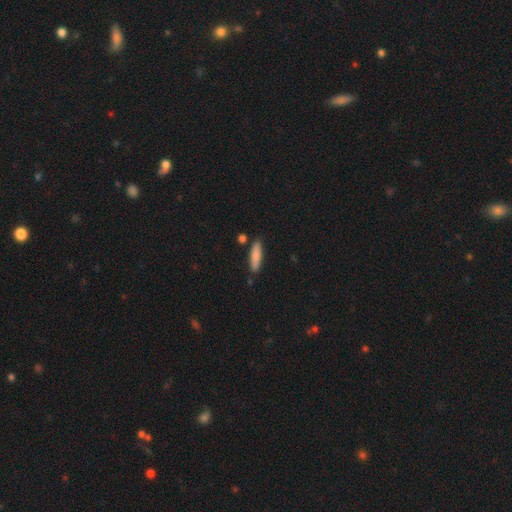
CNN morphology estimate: Q: Smooth or featured?
A: smooth (82%); runner-up: featured or disk (11%)
Q: How rounded?
A: cigar-shaped (70%); runner-up: in between (28%)
Q: Merging?
A: none (83%); runner-up: minor disturbance (11%)